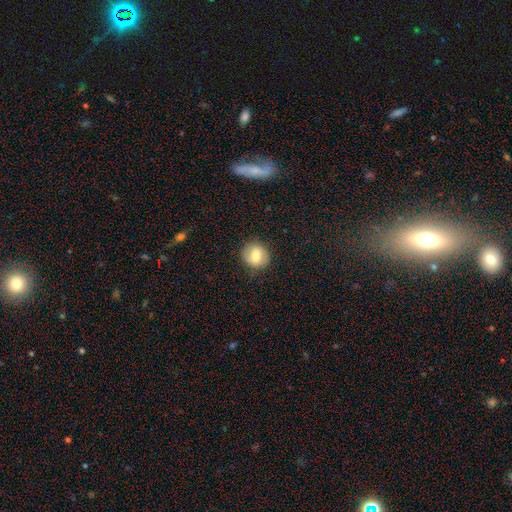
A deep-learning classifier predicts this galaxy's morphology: A smooth galaxy with no disk features (71%) that is round (83%). Merging: none (86%).